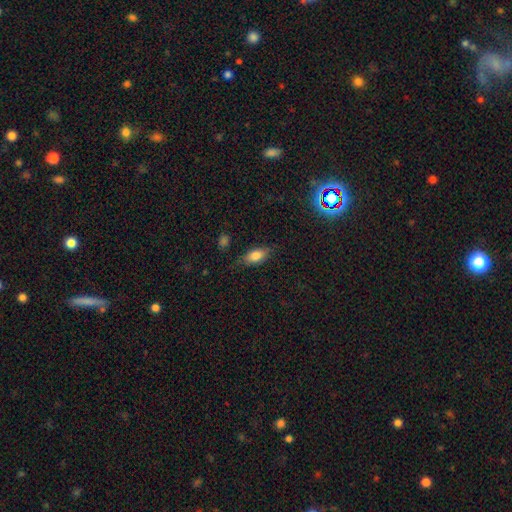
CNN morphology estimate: smooth 77%, featured or disk 15%, star or artifact 9%. Down the decision tree: how rounded — in between (84%); merging — none (75%).